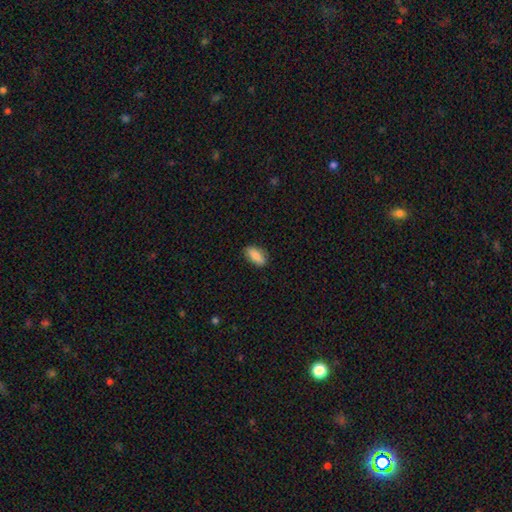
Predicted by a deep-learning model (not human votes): The model was most divided on "merging": none: 84%, minor disturbance: 12%, major disturbance: 2%, merger: 1%. More confident: smooth or featured — smooth (88%); how rounded — in between (86%).